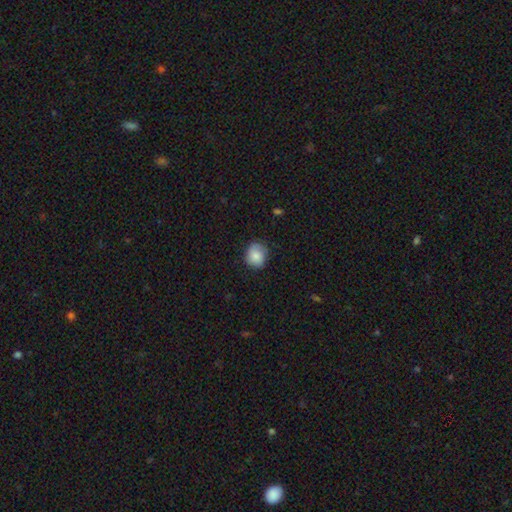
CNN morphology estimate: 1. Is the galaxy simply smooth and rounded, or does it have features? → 80% smooth, 12% featured or disk, 8% star or artifact.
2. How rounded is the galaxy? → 69% round, 30% in between, 1% cigar-shaped.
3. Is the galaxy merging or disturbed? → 71% none, 23% minor disturbance, 5% major disturbance, 1% merger.